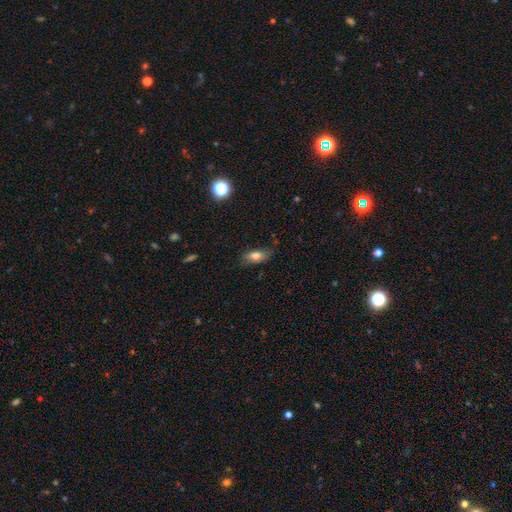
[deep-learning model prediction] Smooth or featured? Predicted: smooth (p=0.72). How rounded? Predicted: in between (p=0.80). Merging? Predicted: none (p=0.70).